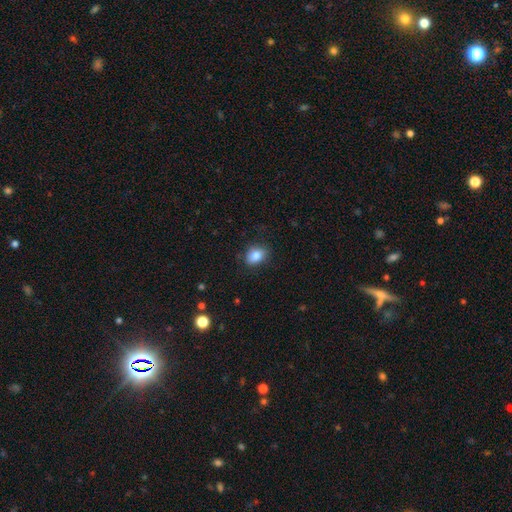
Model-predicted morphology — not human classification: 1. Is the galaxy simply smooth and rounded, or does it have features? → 84% smooth, 9% star or artifact, 7% featured or disk.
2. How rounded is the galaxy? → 69% in between, 30% round, 1% cigar-shaped.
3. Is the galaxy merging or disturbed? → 83% none, 13% minor disturbance, 3% major disturbance, 1% merger.